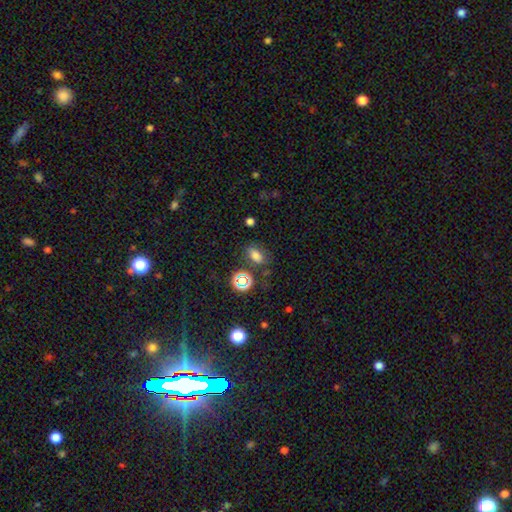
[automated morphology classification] smooth-or-featured: smooth: 71% | star or artifact: 21% | featured or disk: 9%
  how-rounded: in between: 80% | round: 16% | cigar-shaped: 5%
  merging: none: 73% | minor disturbance: 15% | merger: 6% | major disturbance: 6%